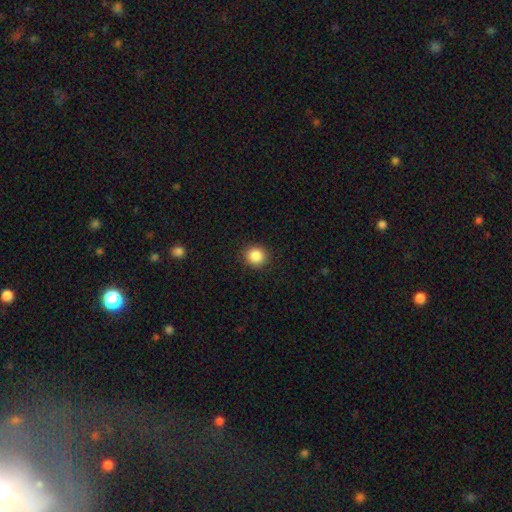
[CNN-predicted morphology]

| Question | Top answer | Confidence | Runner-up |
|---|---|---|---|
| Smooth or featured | smooth | 87% | star or artifact (10%) |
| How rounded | round | 90% | in between (10%) |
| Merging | none | 91% | minor disturbance (6%) |